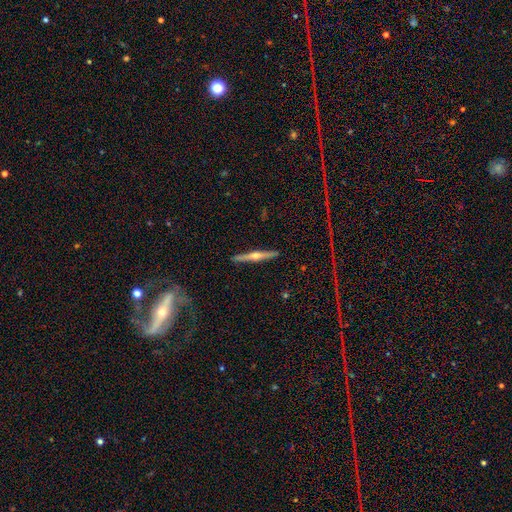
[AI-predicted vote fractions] The model was most divided on "smooth or featured": featured or disk: 74%, smooth: 20%, star or artifact: 6%. More confident: edge-on disk — yes (97%); edge-on bulge — rounded (91%); merging — none (90%).